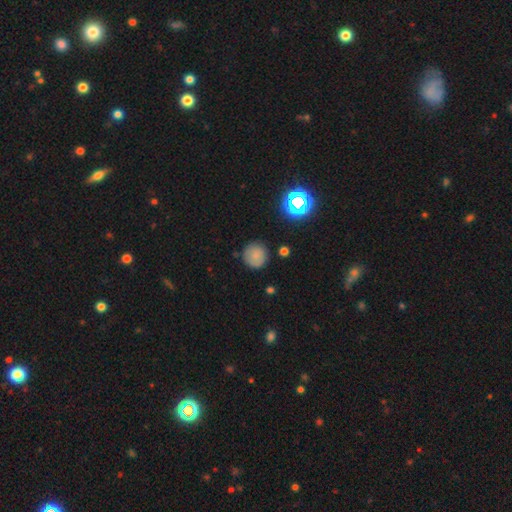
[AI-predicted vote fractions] Smooth or featured: smooth — 77% (star or artifact — 14%)
How rounded: round — 94% (in between — 5%)
Merging: none — 84% (minor disturbance — 11%)